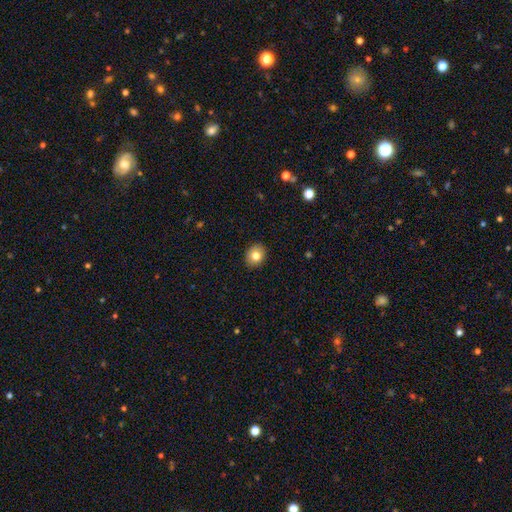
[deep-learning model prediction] smooth 81%, featured or disk 10%, star or artifact 10%. Down the decision tree: how rounded — round (65%); merging — none (90%).